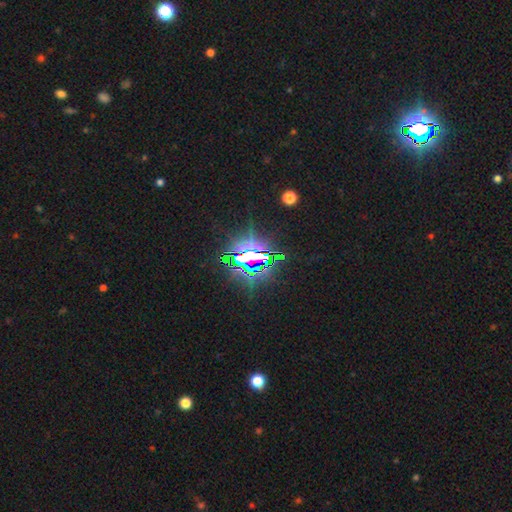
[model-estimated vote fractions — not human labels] Morphology: type=star or artifact (83%).